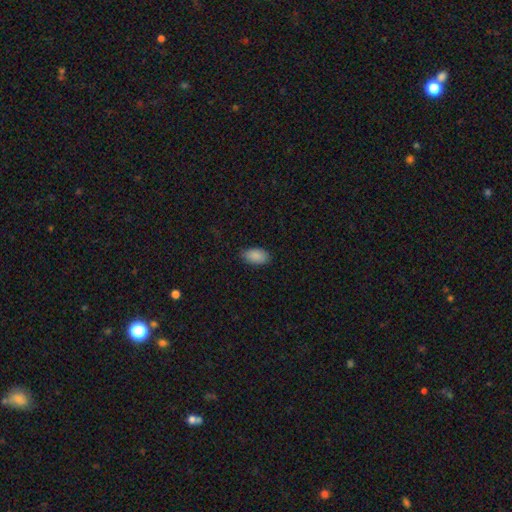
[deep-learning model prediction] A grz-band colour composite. It shows a smooth galaxy with no disk features (89%) that is in between round and cigar-shaped (94%). Merging: none (85%).